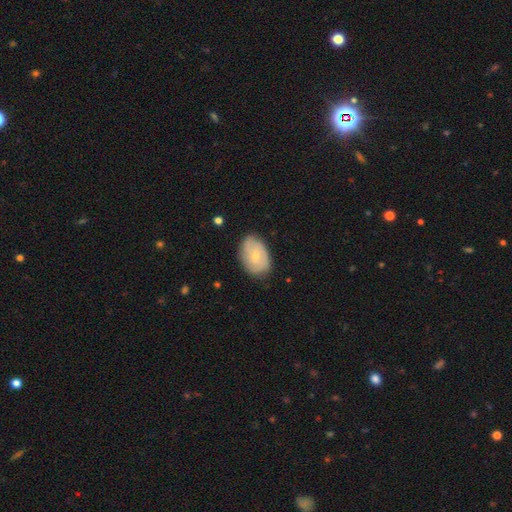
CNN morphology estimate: Smooth or featured? Predicted: featured or disk (p=0.48). Merging? Predicted: none (p=0.74).